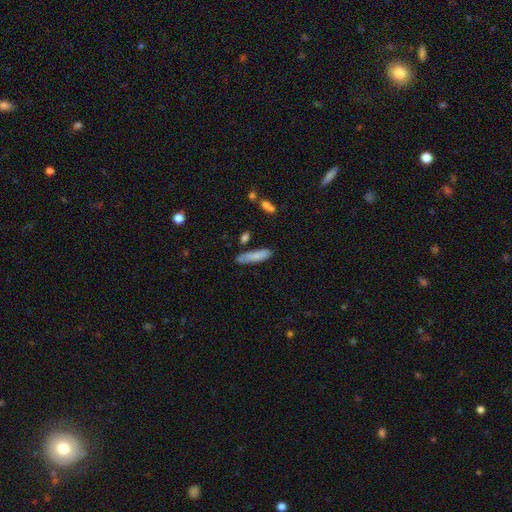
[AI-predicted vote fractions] Morphology: type=smooth (79%); roundness=cigar-shaped (73%); merging=none (74%).